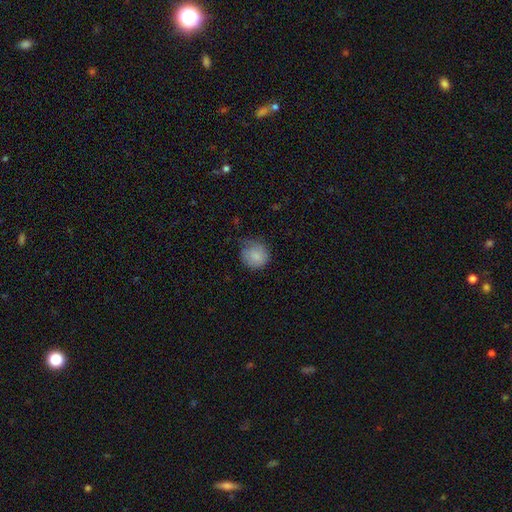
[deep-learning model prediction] smooth_or_featured: smooth (p=0.84) [alt: star or artifact p=0.08]
how_rounded: round (p=0.83) [alt: in between p=0.16]
merging: none (p=0.57) [alt: minor disturbance p=0.33]